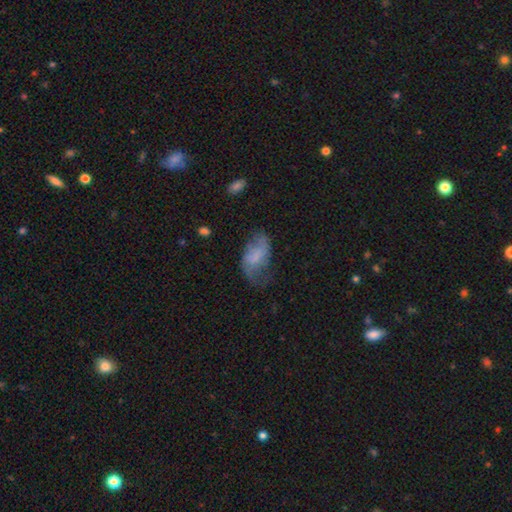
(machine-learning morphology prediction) Q: Smooth or featured?
A: featured or disk (48%); runner-up: smooth (43%)
Q: Merging?
A: none (40%); runner-up: minor disturbance (29%)